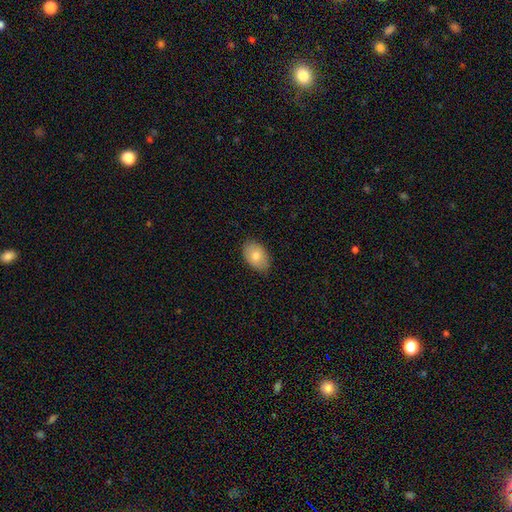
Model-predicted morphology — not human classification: smooth_or_featured: smooth (p=0.77) [alt: featured or disk p=0.16]
how_rounded: in between (p=0.89) [alt: round p=0.09]
merging: none (p=0.85) [alt: minor disturbance p=0.12]